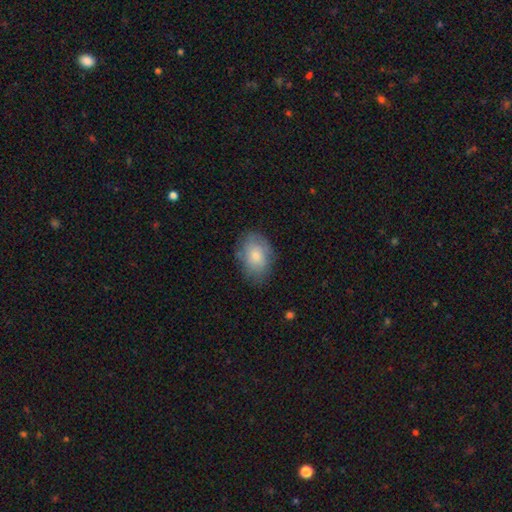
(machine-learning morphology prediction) Smooth or featured?
  - smooth: 71% *
  - featured or disk: 21%
  - star or artifact: 7%
How rounded?
  - in between: 79% *
  - round: 20%
  - cigar-shaped: 1%
Merging?
  - none: 72% *
  - minor disturbance: 21%
  - major disturbance: 6%
  - merger: 1%